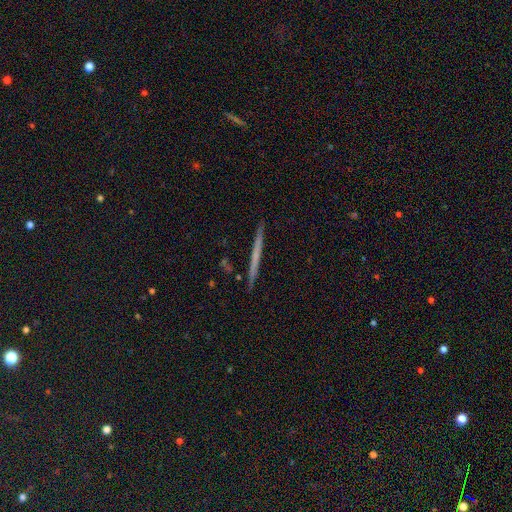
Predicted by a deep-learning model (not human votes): Smooth or featured? featured or disk (50%)
Edge-on disk? yes (98%)
Merging? none (92%)